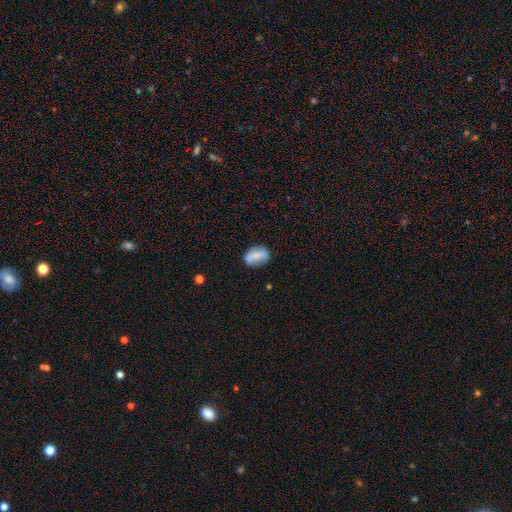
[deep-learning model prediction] Q: Smooth or featured?
A: smooth (74%); runner-up: featured or disk (18%)
Q: How rounded?
A: in between (84%); runner-up: round (12%)
Q: Merging?
A: none (70%); runner-up: minor disturbance (21%)